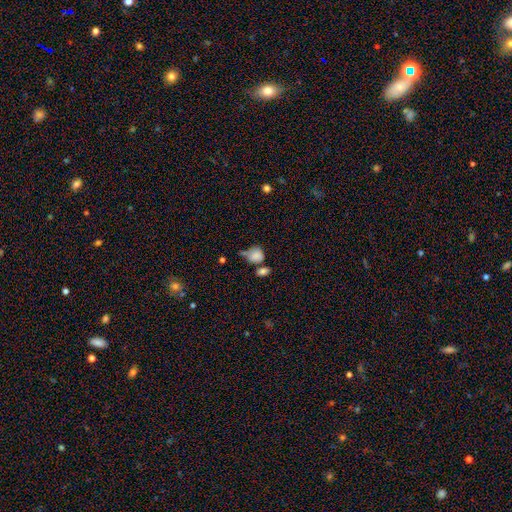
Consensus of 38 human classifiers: Smooth or featured?
  - smooth: 82% *
  - featured or disk: 11%
  - star or artifact: 8%
How rounded?
  - round: 71% *
  - in between: 29%
  - cigar-shaped: 0%
Merging?
  - minor disturbance: 34% *
  - merger: 26%
  - none: 20%
  - major disturbance: 20%